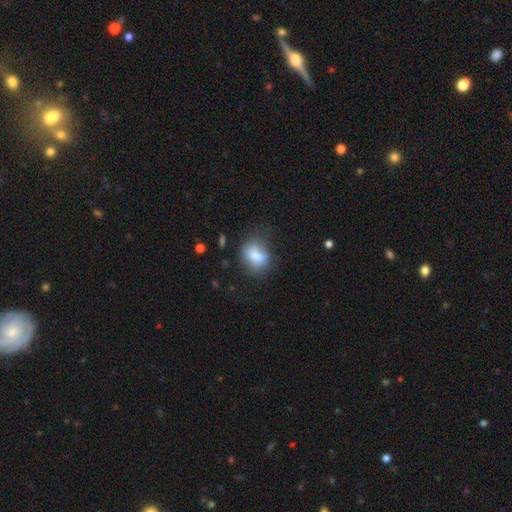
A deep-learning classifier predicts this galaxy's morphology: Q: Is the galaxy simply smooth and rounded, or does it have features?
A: smooth — 77%.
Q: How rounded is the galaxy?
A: in between — 58%.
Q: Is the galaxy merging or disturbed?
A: none — 53%.